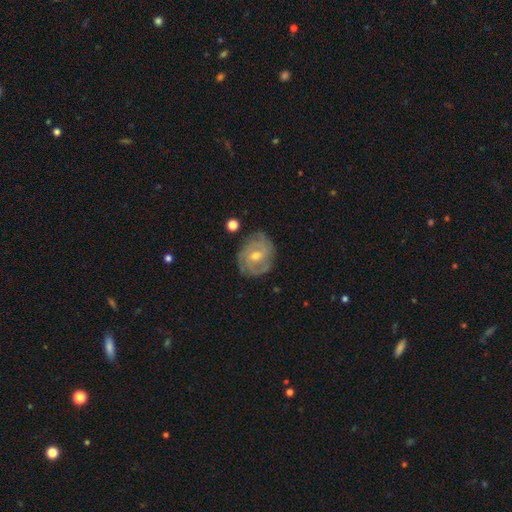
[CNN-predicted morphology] smooth_or_featured: featured or disk (p=0.79) [alt: smooth p=0.14]
disk_edge_on: no (p=0.97) [alt: yes p=0.03]
bar: no (p=0.49) [alt: weak p=0.42]
has_spiral_arms: yes (p=0.92) [alt: no p=0.08]
spiral_winding: tight (p=0.63) [alt: medium p=0.29]
spiral_arm_count: can't tell (p=0.32) [alt: 2 p=0.26]
bulge_size: moderate (p=0.58) [alt: small p=0.38]
merging: none (p=0.77) [alt: minor disturbance p=0.16]